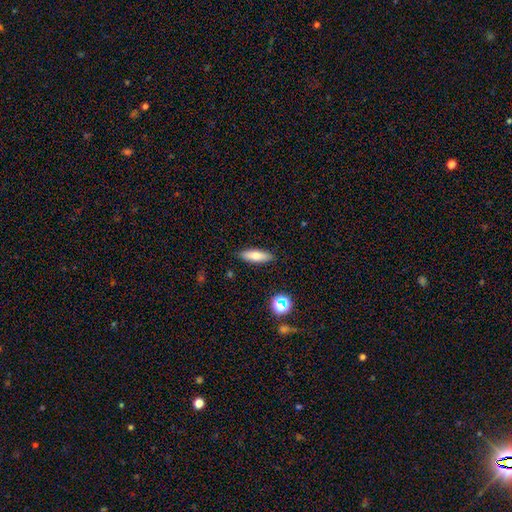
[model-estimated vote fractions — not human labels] The model was most divided on "how rounded": cigar-shaped: 51%, in between: 47%, round: 3%. More confident: merging — none (88%); smooth or featured — smooth (73%).